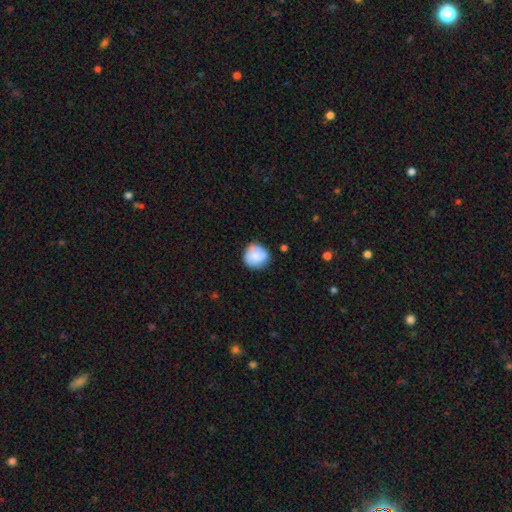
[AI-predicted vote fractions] This appears to be a smooth galaxy with no disk features (75%) that is round (90%). Merging: none (77%).